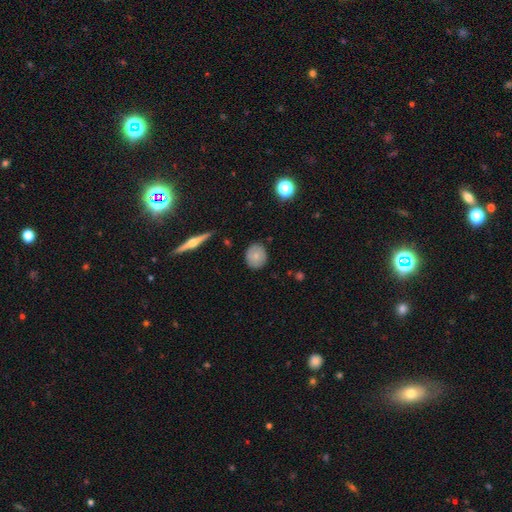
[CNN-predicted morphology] Smooth or featured: smooth — 74% (featured or disk — 19%)
How rounded: round — 76% (in between — 22%)
Merging: none — 85% (minor disturbance — 11%)